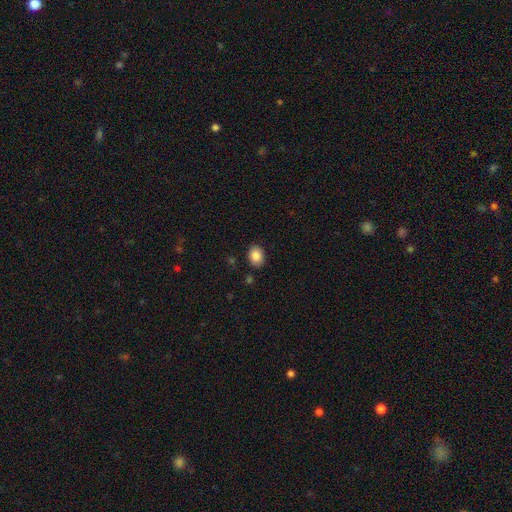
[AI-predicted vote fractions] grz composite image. It shows a smooth galaxy with no disk features (87%) that is in between round and cigar-shaped (70%). Merging: none (87%).